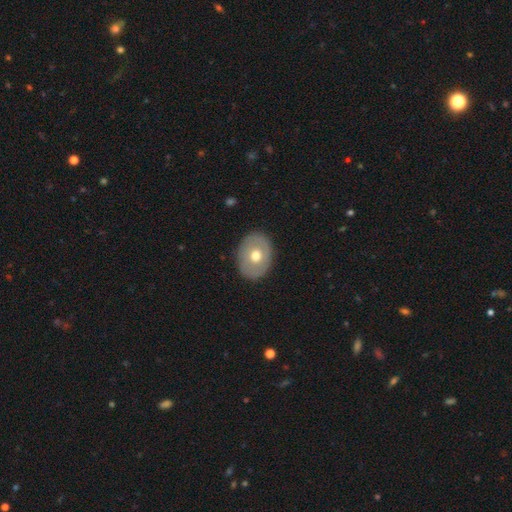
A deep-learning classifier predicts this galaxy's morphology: smooth_or_featured: smooth (p=0.55) [alt: featured or disk p=0.38]
how_rounded: in between (p=0.62) [alt: round p=0.37]
merging: none (p=0.88) [alt: minor disturbance p=0.09]